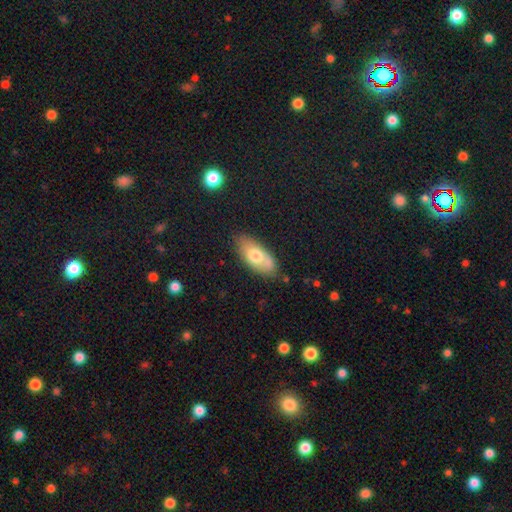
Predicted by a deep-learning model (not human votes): This is likely a smooth galaxy (68%). How rounded: clearly in between (89%). Merging: likely none (74%).